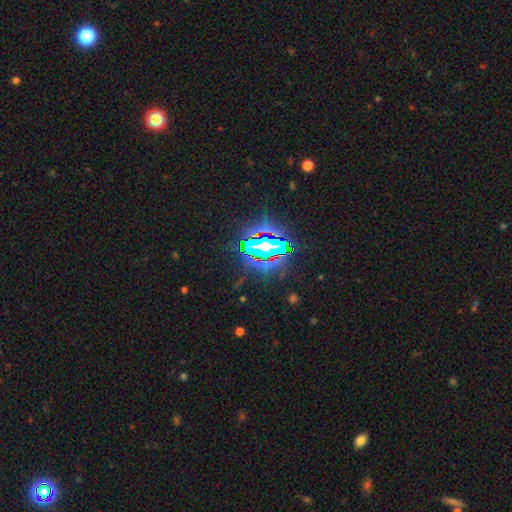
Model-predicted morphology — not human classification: star or artifact 76%, smooth 12%, featured or disk 12%.